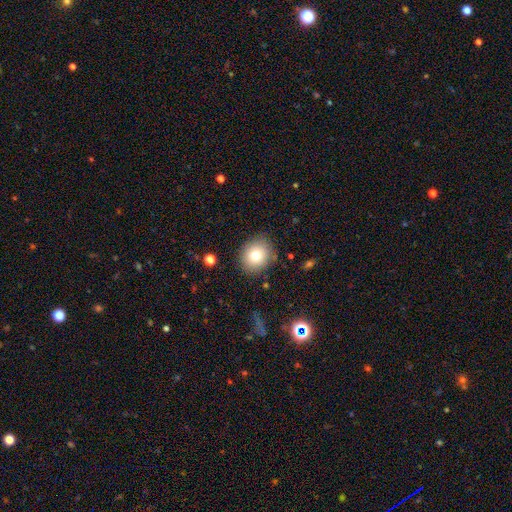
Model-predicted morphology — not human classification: smooth_or_featured: smooth (p=0.76) [alt: featured or disk p=0.13]
how_rounded: round (p=0.73) [alt: in between p=0.26]
merging: none (p=0.84) [alt: minor disturbance p=0.11]